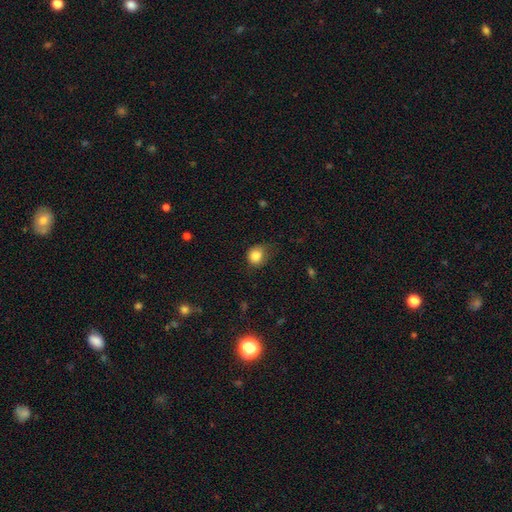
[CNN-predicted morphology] A smooth galaxy with no disk features (85%) that is round (73%). Merging: none (55%).